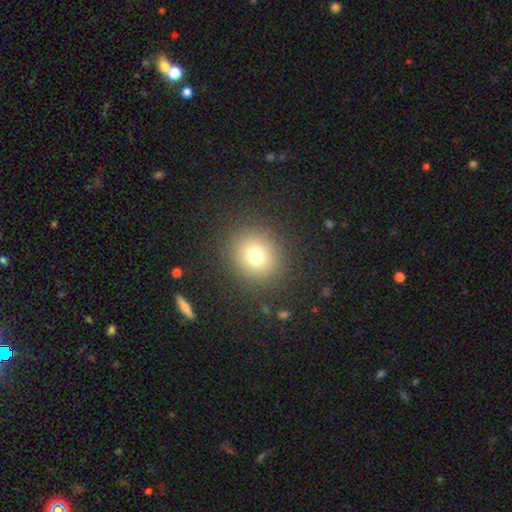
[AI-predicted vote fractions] Smooth or featured? smooth (74%)
How rounded? round (84%)
Merging? none (88%)